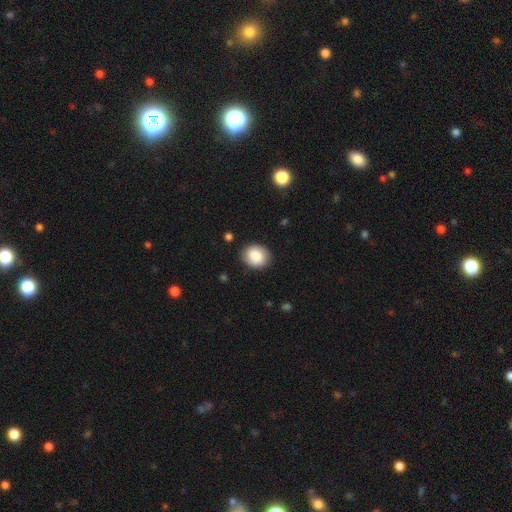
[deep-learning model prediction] Q: Smooth or featured?
A: smooth (84%); runner-up: featured or disk (8%)
Q: How rounded?
A: round (57%); runner-up: in between (42%)
Q: Merging?
A: none (87%); runner-up: minor disturbance (9%)